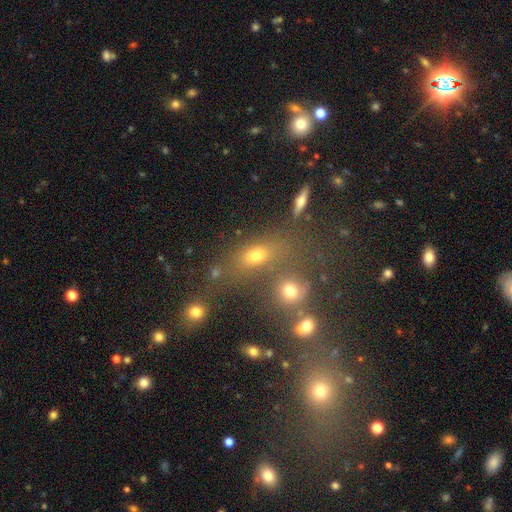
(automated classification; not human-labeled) Smooth or featured?
  - smooth: 69% *
  - star or artifact: 18%
  - featured or disk: 13%
How rounded?
  - in between: 62% *
  - round: 30%
  - cigar-shaped: 8%
Merging?
  - none: 53% *
  - merger: 29%
  - minor disturbance: 11%
  - major disturbance: 7%